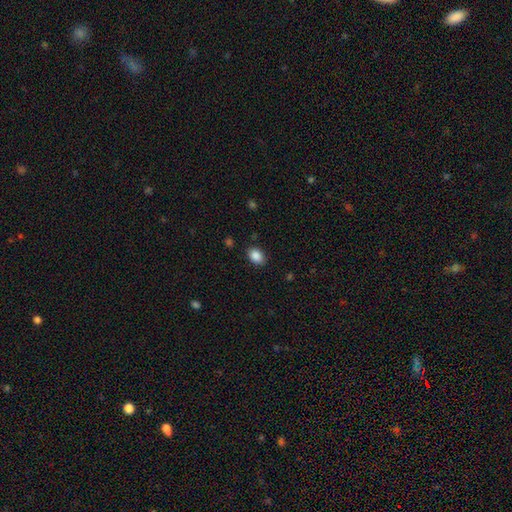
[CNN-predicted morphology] This is clearly a smooth galaxy (88%). How rounded: likely in between (76%). Merging: clearly none (86%).